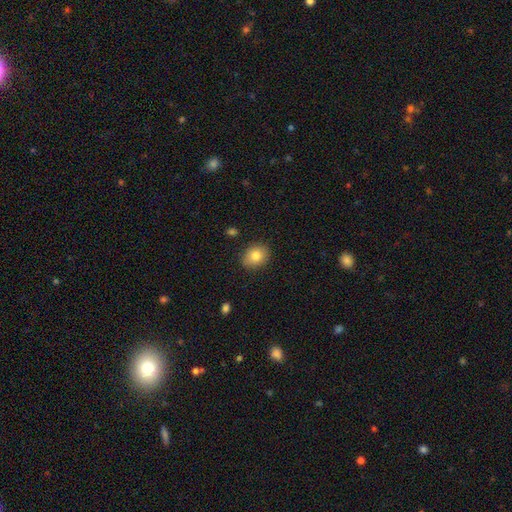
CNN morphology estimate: The model was most divided on "how rounded": round: 52%, in between: 47%, cigar-shaped: 1%. More confident: merging — none (86%); smooth or featured — smooth (81%).